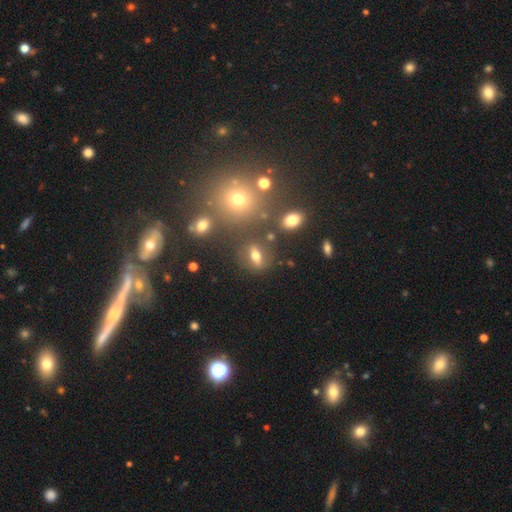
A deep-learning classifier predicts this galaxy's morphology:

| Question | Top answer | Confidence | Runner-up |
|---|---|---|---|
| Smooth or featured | smooth | 60% | featured or disk (23%) |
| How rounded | in between | 66% | round (23%) |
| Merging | none | 74% | minor disturbance (12%) |